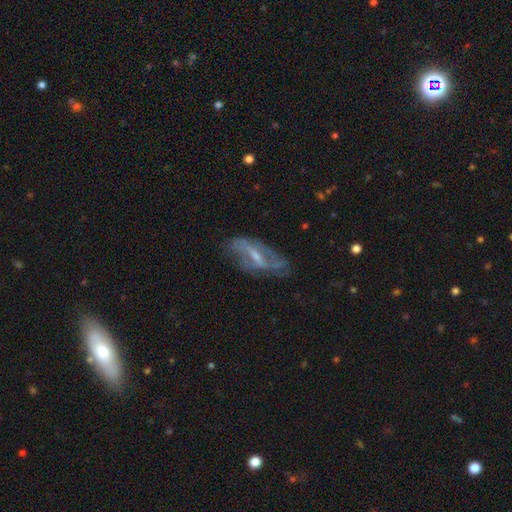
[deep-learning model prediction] featured or disk 74%, smooth 18%, star or artifact 8%. Down the decision tree: edge-on disk — no (85%); bar — weak (44%); spiral arms — yes (79%); spiral arm count — 2 (69%); spiral winding — loose (50%); bulge size — small (49%); merging — none (60%).